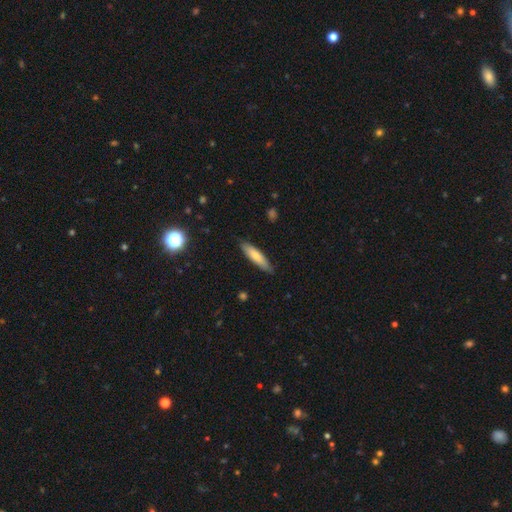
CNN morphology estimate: A smooth galaxy with no disk features (75%) that is cigar-shaped (76%).

Vote fractions:
- Smooth or featured? smooth: 75% / featured or disk: 19% / star or artifact: 6%
- How rounded? cigar-shaped: 76% / in between: 23% / round: 1%
- Merging? none: 85% / minor disturbance: 12% / major disturbance: 2% / merger: 1%